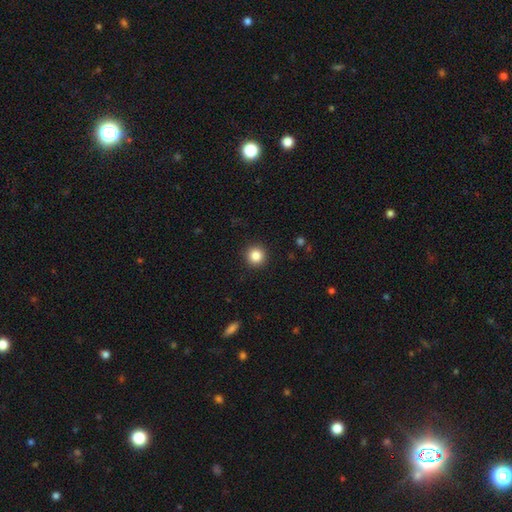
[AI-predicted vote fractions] Smooth or featured? smooth (85%)
How rounded? round (96%)
Merging? none (93%)